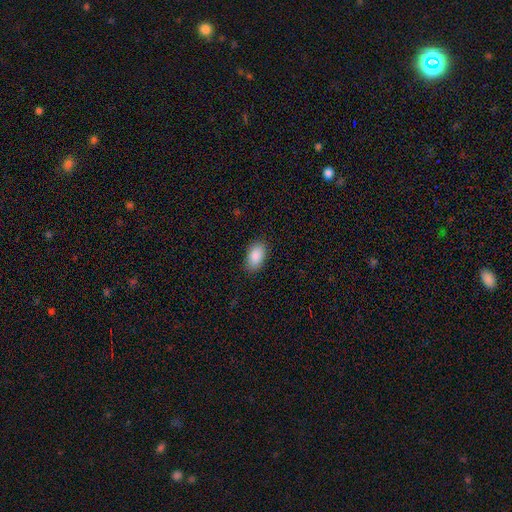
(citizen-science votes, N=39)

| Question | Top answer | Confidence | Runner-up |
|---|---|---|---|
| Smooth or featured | smooth | 90% | star or artifact (10%) |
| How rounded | in between | 91% | cigar-shaped (6%) |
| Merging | none | 77% | minor disturbance (20%) |